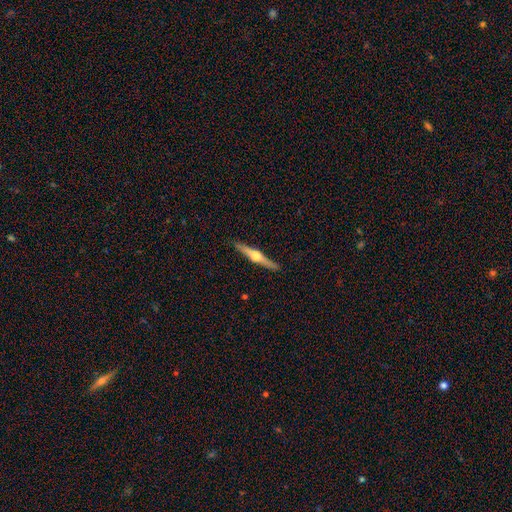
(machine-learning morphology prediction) type=featured or disk (72%); edge-on=yes (98%); edge-on bulge=rounded (94%); merging=none (91%).